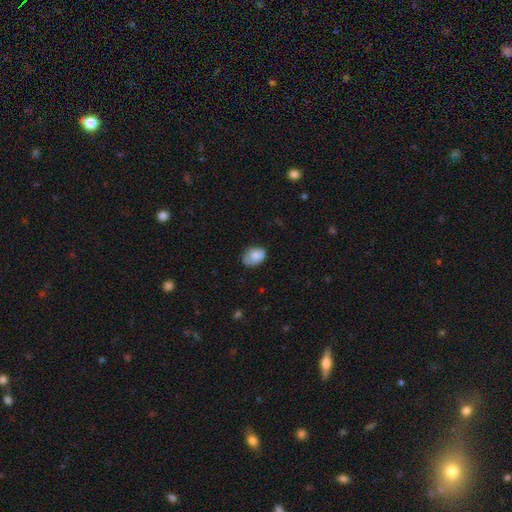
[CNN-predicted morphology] A smooth galaxy with no disk features (80%) that is in between round and cigar-shaped (76%). Merging: none (60%).